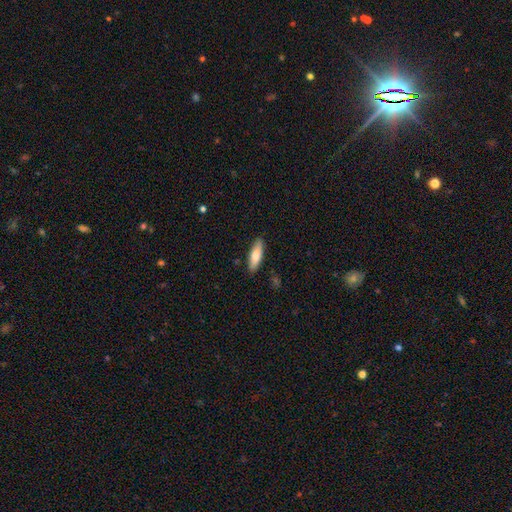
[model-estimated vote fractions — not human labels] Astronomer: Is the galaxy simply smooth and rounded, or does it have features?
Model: smooth — 76%.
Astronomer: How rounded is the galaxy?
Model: cigar-shaped — 53% (runner-up: in between, 46%).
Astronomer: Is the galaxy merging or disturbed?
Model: none — 88%.